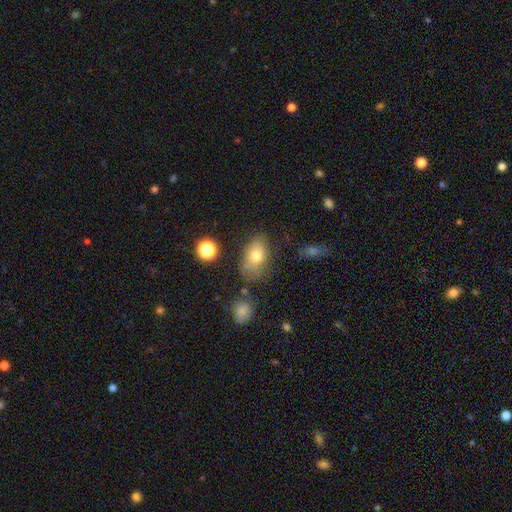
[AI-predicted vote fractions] This appears to be a smooth galaxy with no disk features (73%) that is in between round and cigar-shaped (83%). Merging: none (62%).